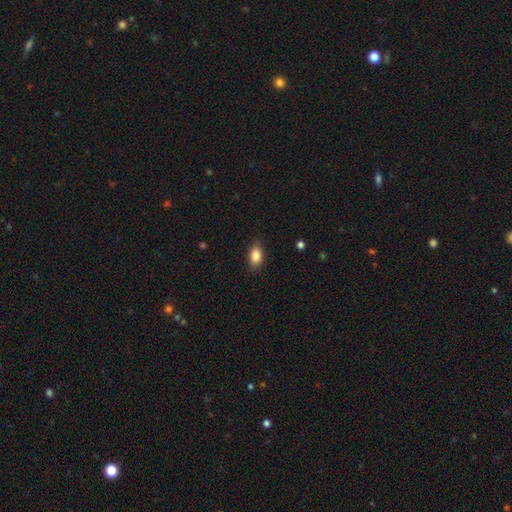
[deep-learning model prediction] smooth 87%, star or artifact 8%, featured or disk 6%. Down the decision tree: how rounded — in between (87%); merging — none (83%).